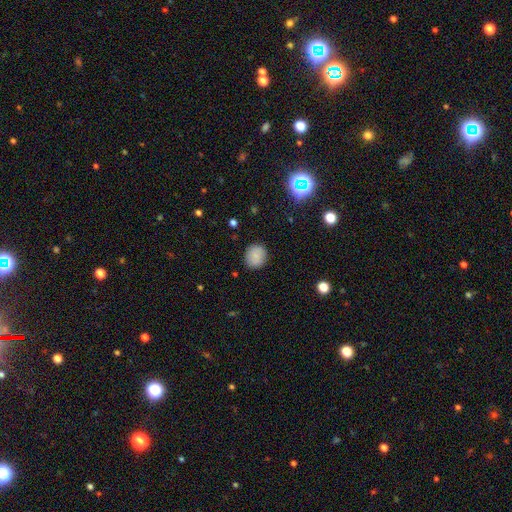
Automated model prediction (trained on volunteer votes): smooth 82%, star or artifact 10%, featured or disk 8%. Down the decision tree: how rounded — round (81%); merging — none (88%).